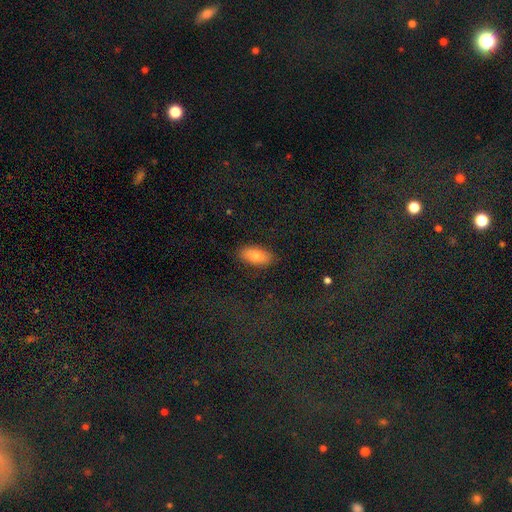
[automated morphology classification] Overall: smooth (79%). How rounded: in between (88%). Merging: none (87%).